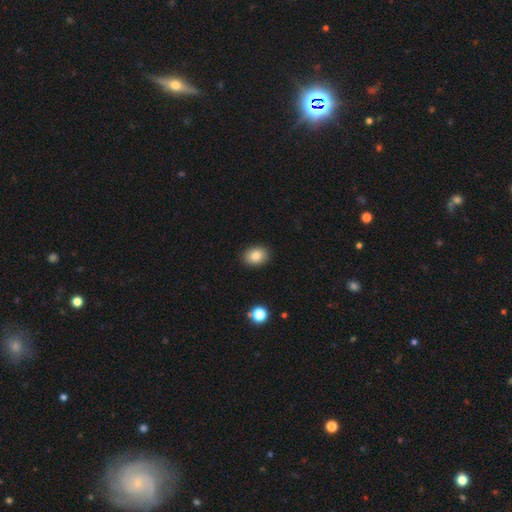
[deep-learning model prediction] Smooth or featured?
  - smooth: 84% *
  - star or artifact: 9%
  - featured or disk: 6%
How rounded?
  - in between: 64% *
  - round: 35%
  - cigar-shaped: 1%
Merging?
  - none: 90% *
  - minor disturbance: 7%
  - major disturbance: 2%
  - merger: 1%